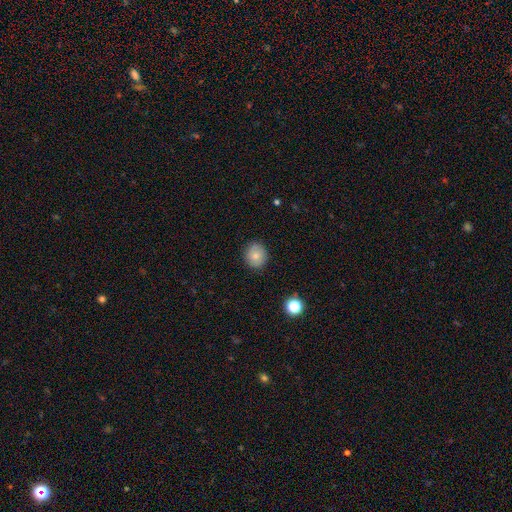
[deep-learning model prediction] This appears to be a smooth galaxy with no disk features (73%) that is round (77%). Merging: none (85%).